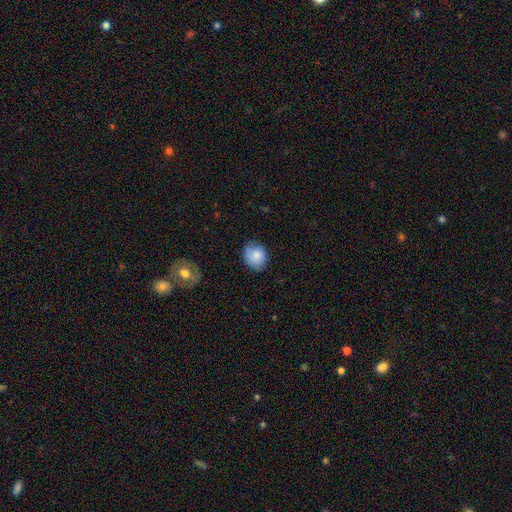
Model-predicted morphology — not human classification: Smooth or featured?
  - smooth: 79% *
  - featured or disk: 13%
  - star or artifact: 8%
How rounded?
  - round: 63% *
  - in between: 36%
  - cigar-shaped: 1%
Merging?
  - none: 68% *
  - minor disturbance: 25%
  - major disturbance: 6%
  - merger: 2%